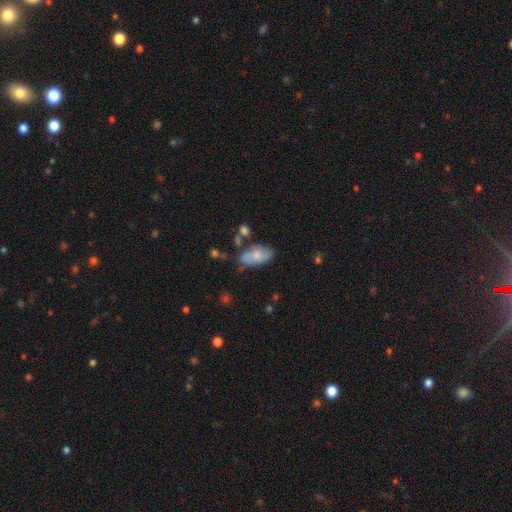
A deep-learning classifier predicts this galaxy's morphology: Smooth or featured?
  - smooth: 69% *
  - featured or disk: 24%
  - star or artifact: 7%
How rounded?
  - in between: 92% *
  - round: 4%
  - cigar-shaped: 4%
Merging?
  - none: 51% *
  - minor disturbance: 28%
  - merger: 12%
  - major disturbance: 10%